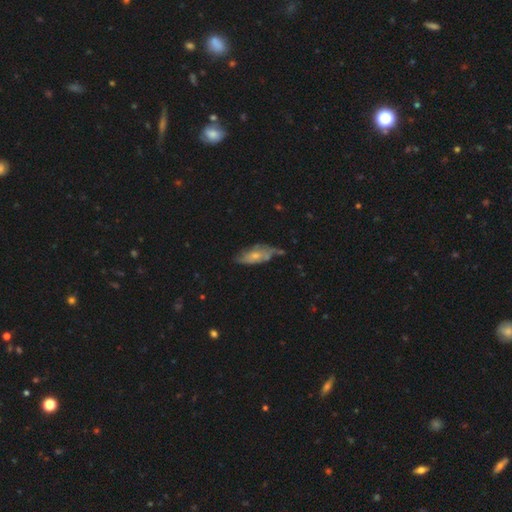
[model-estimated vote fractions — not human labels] smooth-or-featured: featured or disk: 50% | smooth: 43% | star or artifact: 7%
  disk-edge-on: no: 84% | yes: 16%
  merging: none: 47% | minor disturbance: 34% | major disturbance: 14% | merger: 5%